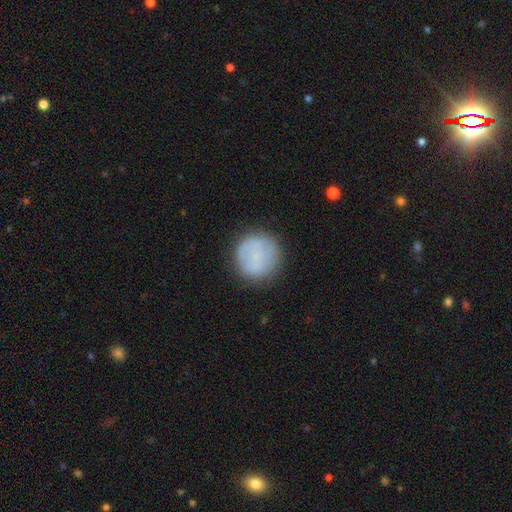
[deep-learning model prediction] A smooth galaxy with no disk features (73%) that is round (94%). Merging: none (80%).